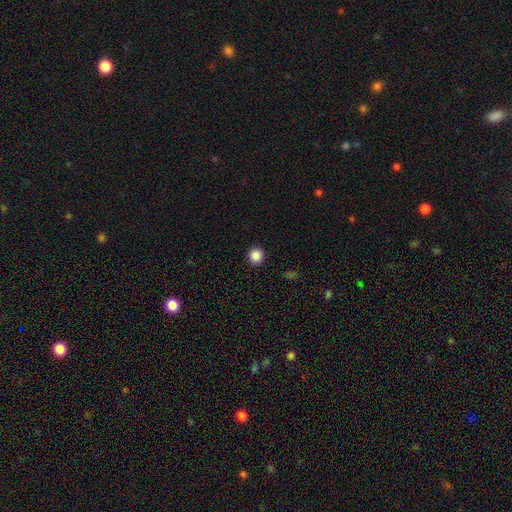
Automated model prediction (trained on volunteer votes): Smooth or featured?
  - smooth: 87% *
  - star or artifact: 10%
  - featured or disk: 3%
How rounded?
  - round: 92% *
  - in between: 7%
  - cigar-shaped: 1%
Merging?
  - none: 92% *
  - minor disturbance: 5%
  - major disturbance: 2%
  - merger: 1%